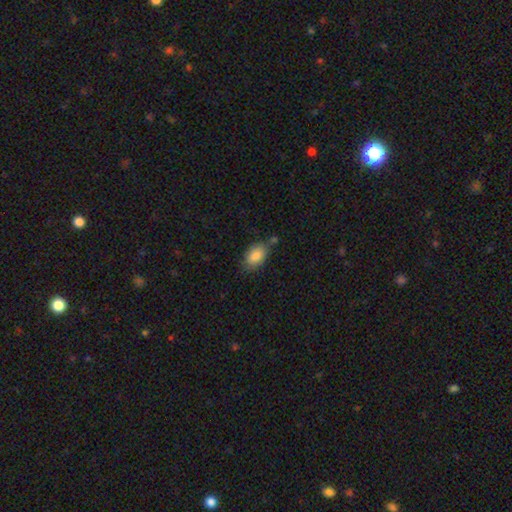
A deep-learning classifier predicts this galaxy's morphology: A smooth galaxy with no disk features (86%) that is in between round and cigar-shaped (90%). Merging: none (68%).